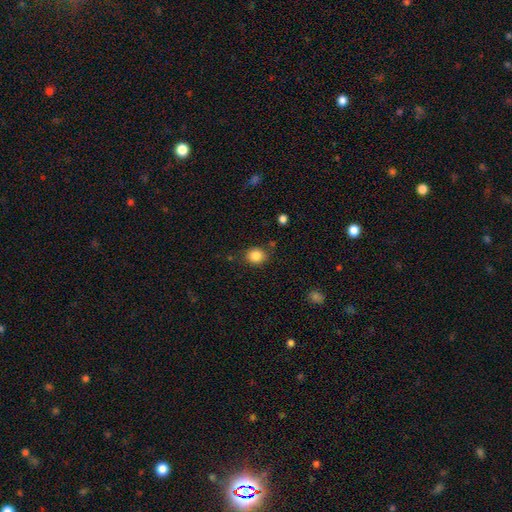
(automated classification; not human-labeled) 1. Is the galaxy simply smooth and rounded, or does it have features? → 85% smooth, 10% star or artifact, 5% featured or disk.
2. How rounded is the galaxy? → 71% round, 28% in between, 1% cigar-shaped.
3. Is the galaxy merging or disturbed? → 80% none, 13% minor disturbance, 3% merger, 3% major disturbance.